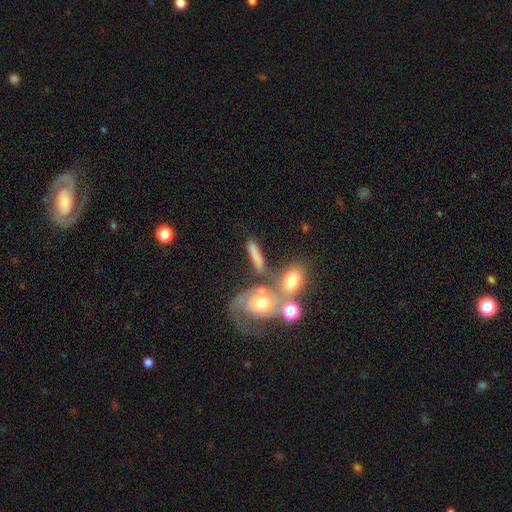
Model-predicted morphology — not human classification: Overall: smooth (59%; featured or disk 30%). How rounded: cigar-shaped (44%; in between 41%). Merging: none (42%; merger 32%).